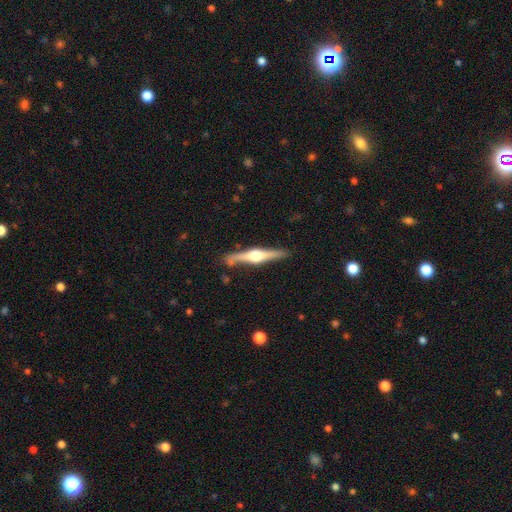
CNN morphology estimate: Smooth or featured?
  - featured or disk: 77% *
  - smooth: 19%
  - star or artifact: 5%
Edge-on disk?
  - yes: 98% *
  - no: 2%
Edge-on bulge?
  - rounded: 94% *
  - boxy: 4%
  - none: 2%
Merging?
  - none: 83% *
  - minor disturbance: 11%
  - merger: 3%
  - major disturbance: 2%